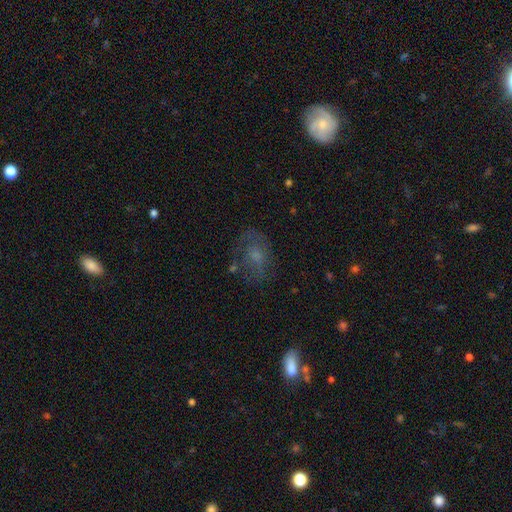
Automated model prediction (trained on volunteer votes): A smooth galaxy with no disk features (42%, tied with featured or disk).

Vote fractions:
- Smooth or featured? smooth: 42% (tied) / featured or disk: 42% (tied) / star or artifact: 16%
- Merging? none: 61% / minor disturbance: 20% / major disturbance: 15% / merger: 3%